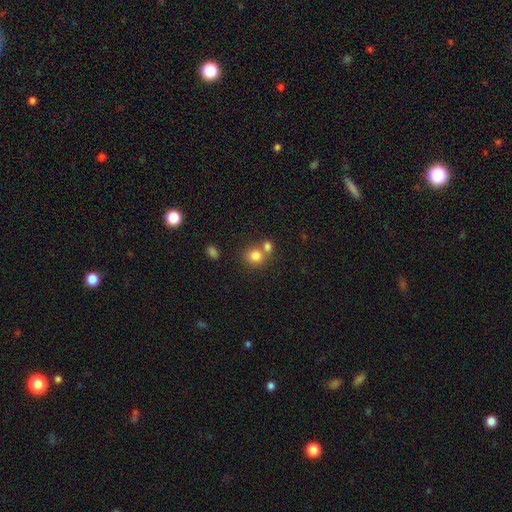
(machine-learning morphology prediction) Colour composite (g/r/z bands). It shows a smooth galaxy with no disk features (81%) that is round (79%). Merging: none (47%).